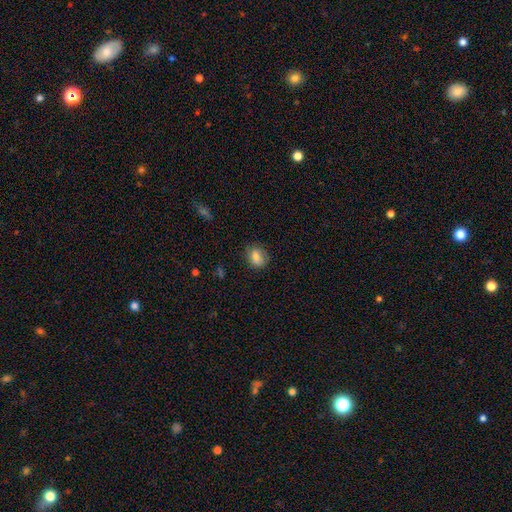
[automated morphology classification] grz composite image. It shows a smooth galaxy with no disk features (81%) that is in between round and cigar-shaped (64%). Merging: none (73%).